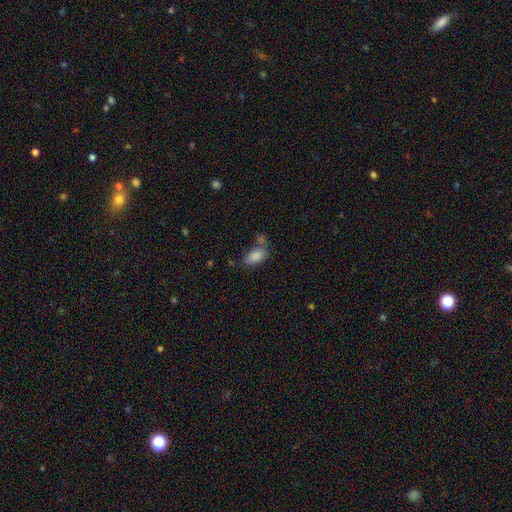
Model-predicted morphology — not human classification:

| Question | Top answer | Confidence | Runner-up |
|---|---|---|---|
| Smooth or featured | smooth | 85% | star or artifact (8%) |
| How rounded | in between | 92% | cigar-shaped (4%) |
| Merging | none | 50% | merger (27%) |